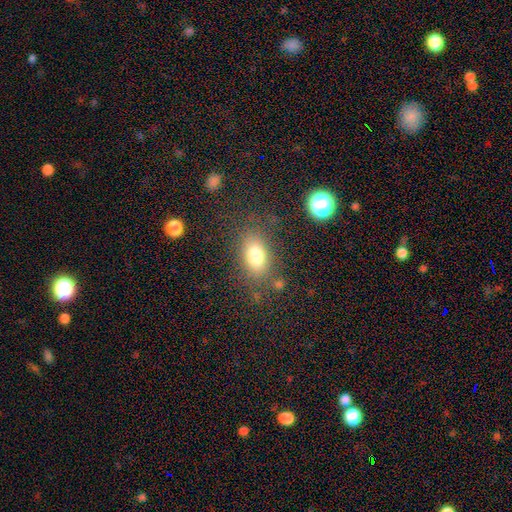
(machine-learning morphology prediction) Smooth or featured? smooth (77%)
How rounded? in between (82%)
Merging? none (76%)